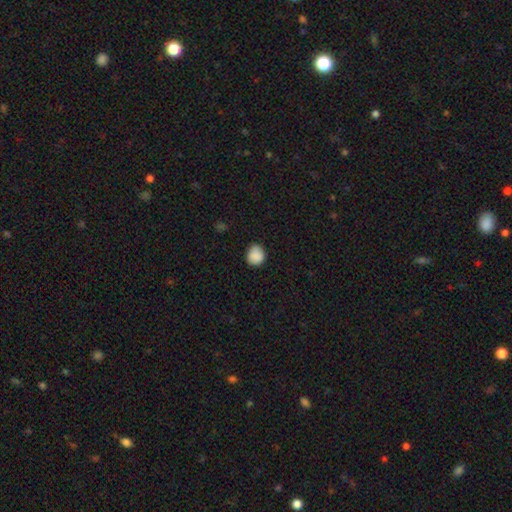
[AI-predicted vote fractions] A smooth galaxy with no disk features (88%) that is round (82%). Merging: none (76%).